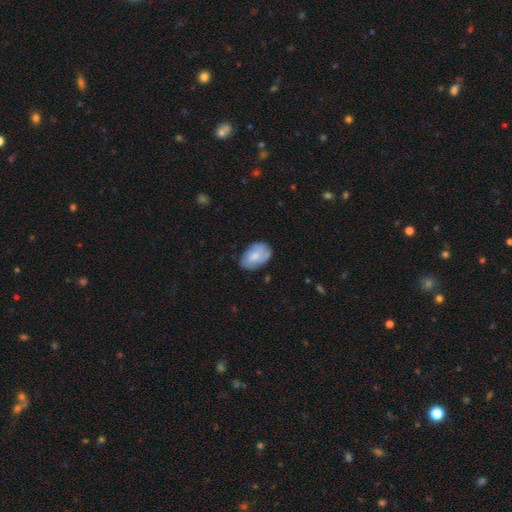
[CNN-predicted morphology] Overall: smooth (67%). How rounded: in between (89%). Merging: none (72%).